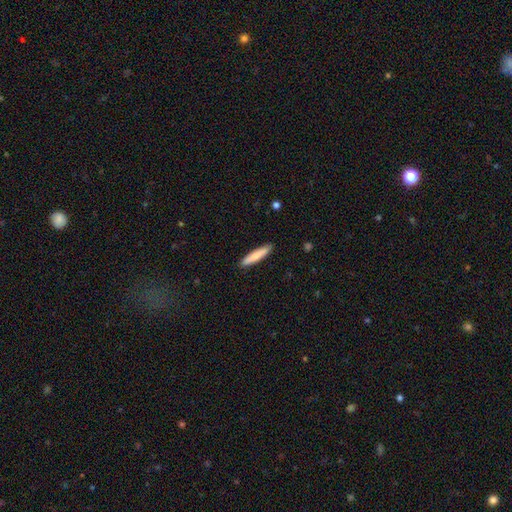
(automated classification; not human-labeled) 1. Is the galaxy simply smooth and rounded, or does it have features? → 78% smooth, 16% featured or disk, 5% star or artifact.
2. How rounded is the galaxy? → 89% cigar-shaped, 10% in between, 1% round.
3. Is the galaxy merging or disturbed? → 90% none, 7% minor disturbance, 1% major disturbance, 1% merger.